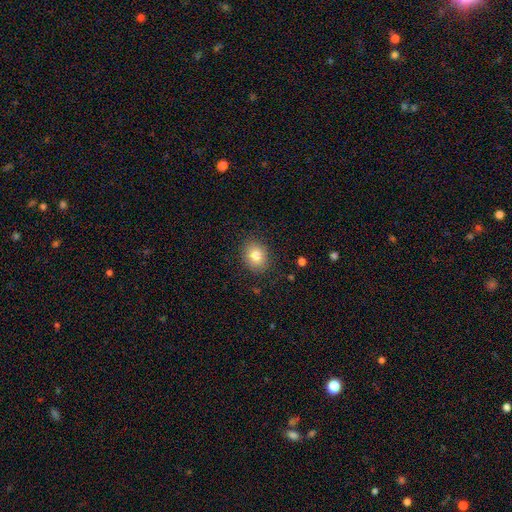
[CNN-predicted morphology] smooth_or_featured: smooth (p=0.81) [alt: star or artifact p=0.10]
how_rounded: round (p=0.56) [alt: in between p=0.43]
merging: none (p=0.86) [alt: minor disturbance p=0.10]